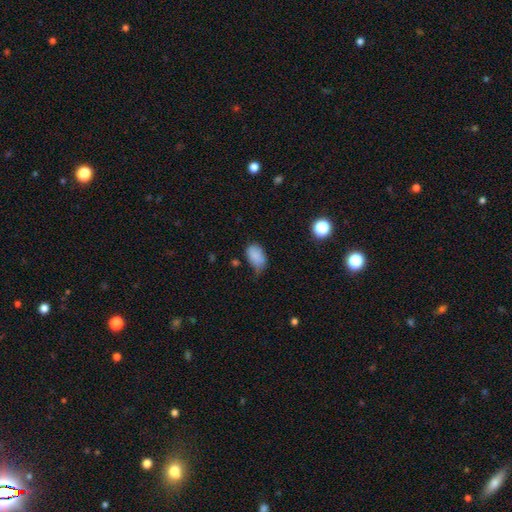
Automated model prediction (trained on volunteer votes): Q: Smooth or featured?
A: smooth (84%); runner-up: star or artifact (9%)
Q: How rounded?
A: in between (86%); runner-up: round (12%)
Q: Merging?
A: minor disturbance (46%); runner-up: none (37%)